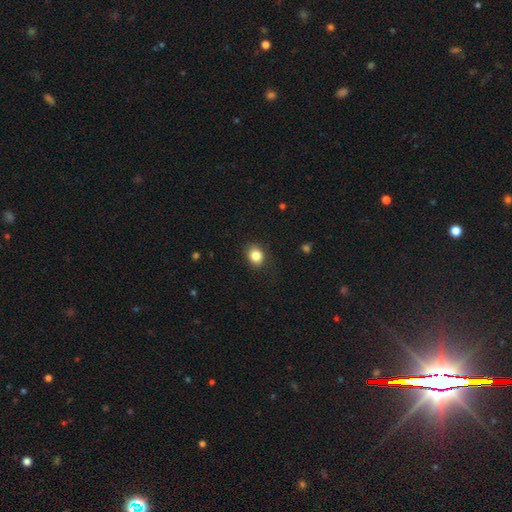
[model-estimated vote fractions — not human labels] smooth-or-featured: smooth: 84% | star or artifact: 10% | featured or disk: 6%
  how-rounded: in between: 51% | round: 48% | cigar-shaped: 1%
  merging: none: 84% | minor disturbance: 12% | major disturbance: 3% | merger: 1%